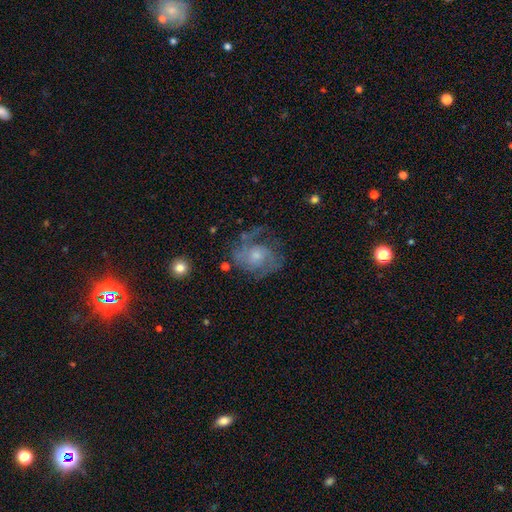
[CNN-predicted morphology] type=featured or disk (73%); edge-on=no (98%); bar=no (74%); spiral arms=yes (86%); winding=medium (44%); arm count=2 (46%); bulge=small (48%); merging=none (52%).